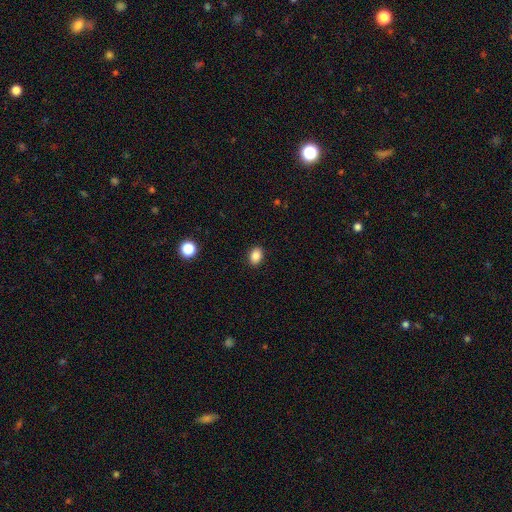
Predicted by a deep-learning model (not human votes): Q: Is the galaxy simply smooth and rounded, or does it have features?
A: smooth — 87%.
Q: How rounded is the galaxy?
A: in between — 71%.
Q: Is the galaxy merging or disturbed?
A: none — 90%.